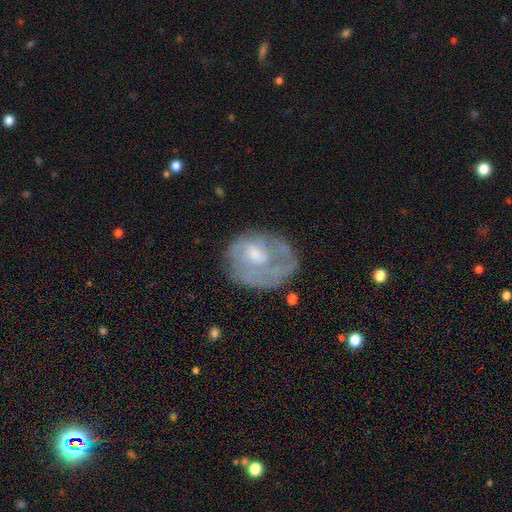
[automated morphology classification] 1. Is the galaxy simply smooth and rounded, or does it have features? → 59% featured or disk, 33% smooth, 8% star or artifact.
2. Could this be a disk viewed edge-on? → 97% no, 3% yes.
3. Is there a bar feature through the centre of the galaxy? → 62% no, 32% weak, 6% strong.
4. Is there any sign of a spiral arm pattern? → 55% yes, 45% no.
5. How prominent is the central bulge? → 43% moderate, 31% small, 17% none, 8% large, 1% dominant.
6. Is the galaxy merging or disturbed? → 46% none, 26% major disturbance, 24% minor disturbance, 3% merger.